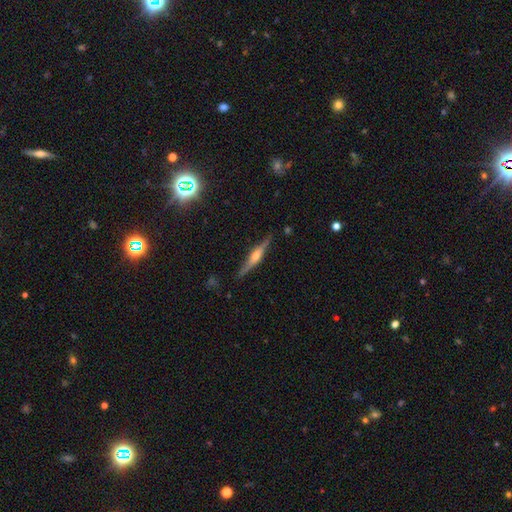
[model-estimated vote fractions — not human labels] Overall: featured or disk (73%). Edge-on disk: yes (97%). Edge-on bulge: rounded (85%). Merging: none (86%).